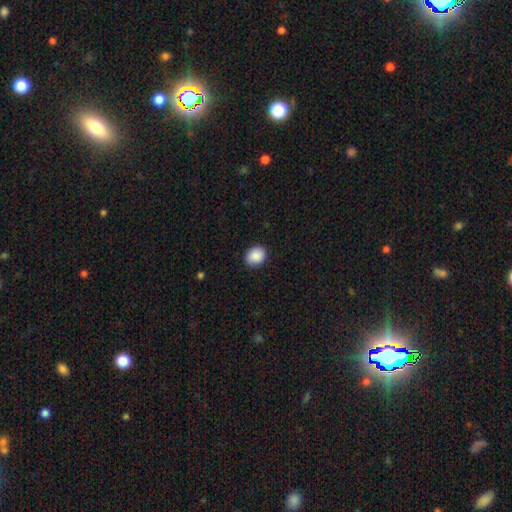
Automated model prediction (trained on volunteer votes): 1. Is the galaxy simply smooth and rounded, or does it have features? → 89% smooth, 8% star or artifact, 3% featured or disk.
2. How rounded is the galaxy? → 60% round, 39% in between, 1% cigar-shaped.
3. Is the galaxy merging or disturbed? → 90% none, 7% minor disturbance, 2% major disturbance, 1% merger.